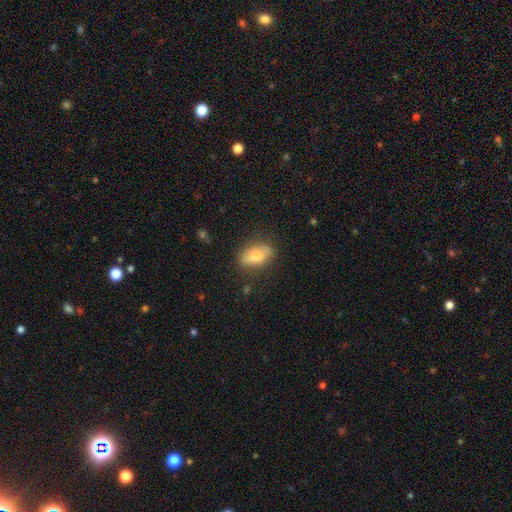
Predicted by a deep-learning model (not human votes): This appears to be a smooth galaxy with no disk features (81%) that is in between round and cigar-shaped (87%). Merging: none (71%).